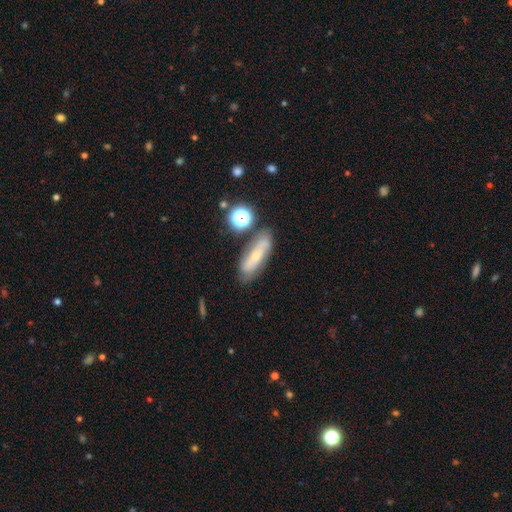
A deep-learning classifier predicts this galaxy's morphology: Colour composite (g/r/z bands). It shows a featured or disk galaxy (51%). Merging: none (71%).